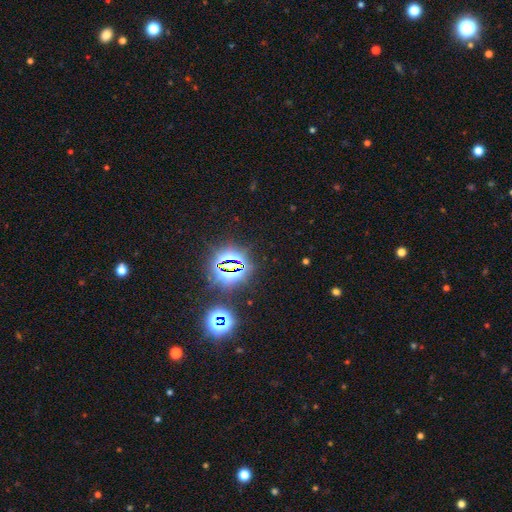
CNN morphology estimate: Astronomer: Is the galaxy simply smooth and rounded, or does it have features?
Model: star or artifact — 82%.